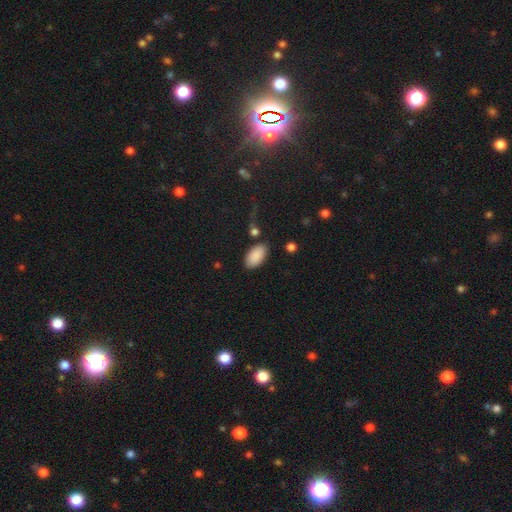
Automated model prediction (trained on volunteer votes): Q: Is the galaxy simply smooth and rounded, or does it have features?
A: smooth — 89%.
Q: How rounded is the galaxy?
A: in between — 95%.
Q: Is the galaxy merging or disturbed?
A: none — 82%.